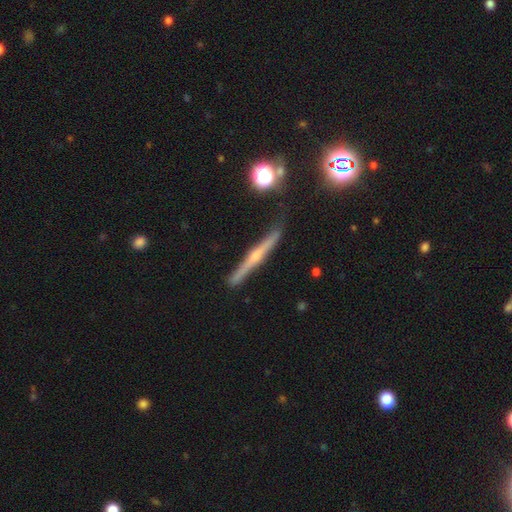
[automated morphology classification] The model was most divided on "smooth or featured": featured or disk: 75%, smooth: 17%, star or artifact: 8%. More confident: edge-on disk — yes (98%); merging — none (87%); edge-on bulge — rounded (83%).